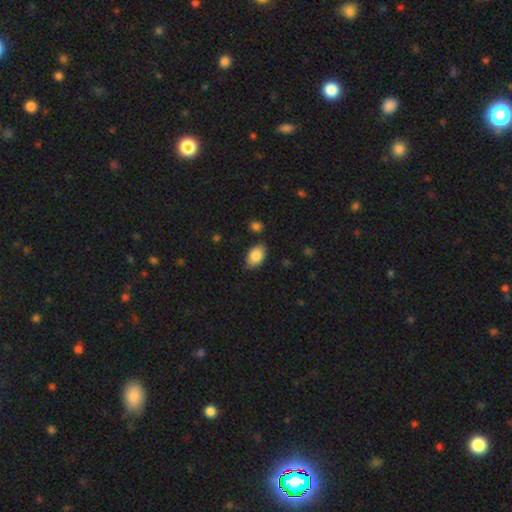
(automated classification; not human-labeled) Overall: smooth (86%). How rounded: in between (91%). Merging: none (82%).